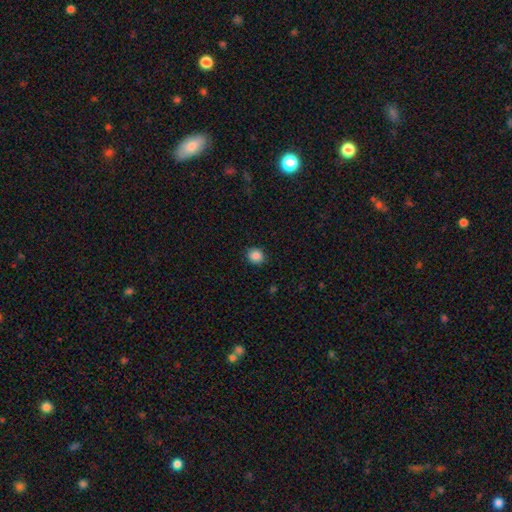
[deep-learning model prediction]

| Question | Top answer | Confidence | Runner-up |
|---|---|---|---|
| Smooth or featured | smooth | 87% | star or artifact (10%) |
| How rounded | round | 80% | in between (19%) |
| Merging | none | 90% | minor disturbance (7%) |